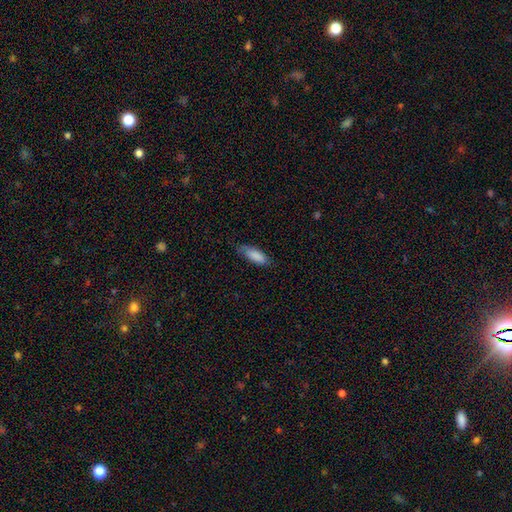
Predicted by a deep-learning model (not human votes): A smooth galaxy with no disk features (85%) that is in between round and cigar-shaped (70%). Merging: none (65%).